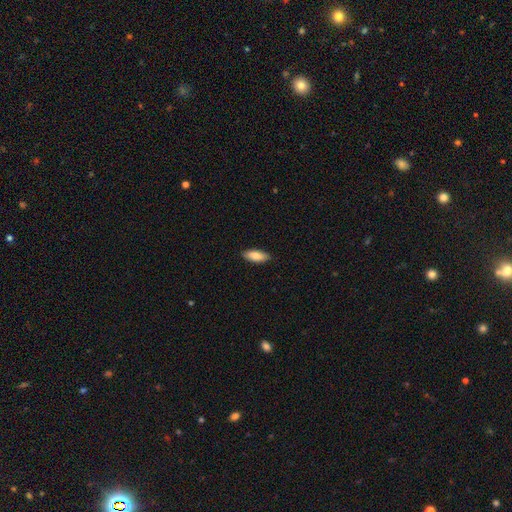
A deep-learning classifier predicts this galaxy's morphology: smooth_or_featured: smooth (p=0.83) [alt: featured or disk p=0.11]
how_rounded: in between (p=0.77) [alt: cigar-shaped p=0.21]
merging: none (p=0.88) [alt: minor disturbance p=0.09]